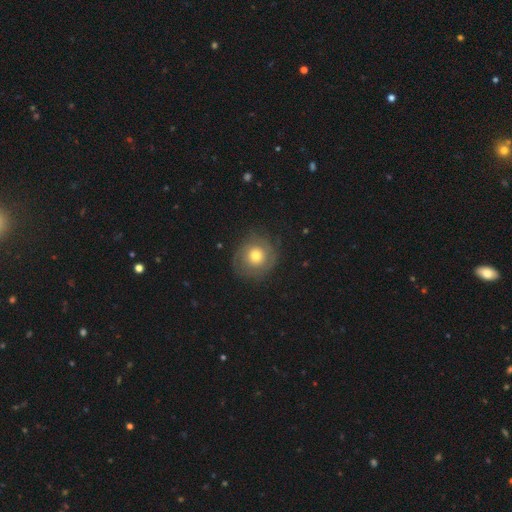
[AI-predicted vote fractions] Smooth or featured: smooth — 47% (featured or disk — 44%)
Merging: none — 75% (minor disturbance — 16%)